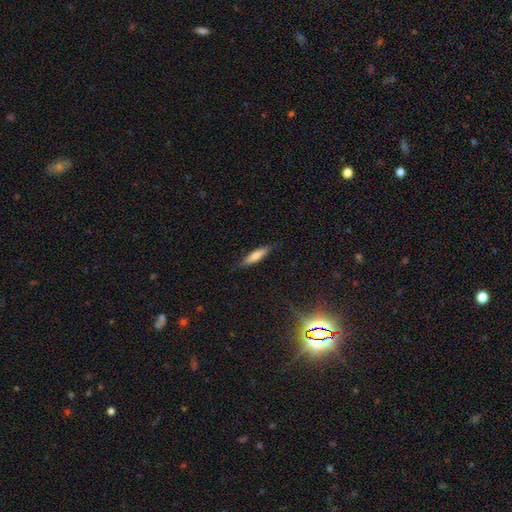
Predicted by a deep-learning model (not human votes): smooth 68%, featured or disk 25%, star or artifact 7%. Down the decision tree: how rounded — cigar-shaped (78%); merging — none (83%).